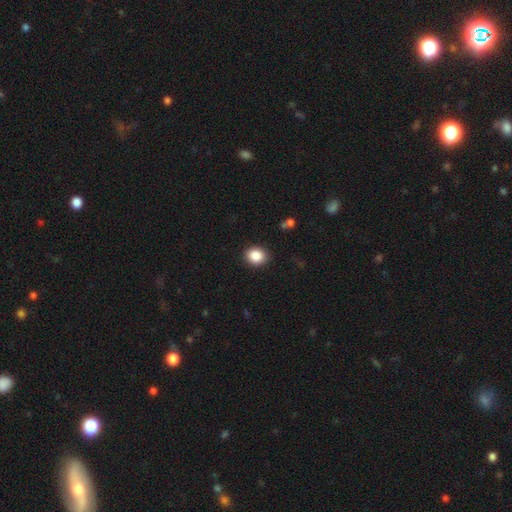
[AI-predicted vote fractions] smooth_or_featured: smooth (p=0.87) [alt: star or artifact p=0.09]
how_rounded: round (p=0.67) [alt: in between p=0.32]
merging: none (p=0.89) [alt: minor disturbance p=0.08]